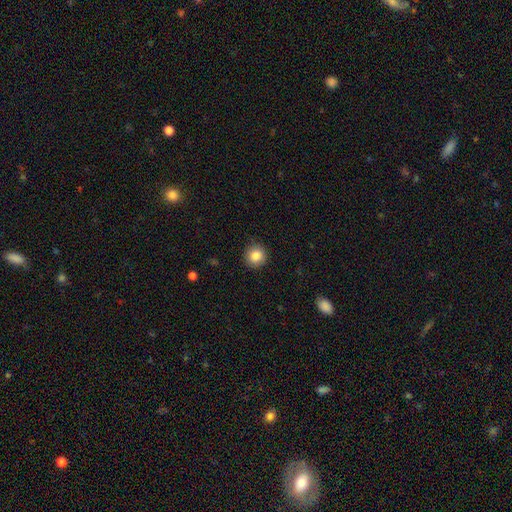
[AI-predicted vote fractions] Smooth or featured? Predicted: smooth (p=0.86). How rounded? Predicted: round (p=0.93). Merging? Predicted: none (p=0.89).